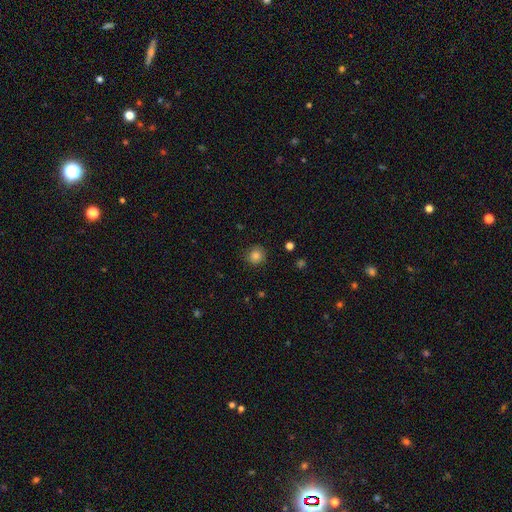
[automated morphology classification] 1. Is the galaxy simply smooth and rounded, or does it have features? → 83% smooth, 12% star or artifact, 5% featured or disk.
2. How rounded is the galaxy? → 90% round, 9% in between, 1% cigar-shaped.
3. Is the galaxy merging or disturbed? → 87% none, 9% minor disturbance, 3% major disturbance, 1% merger.